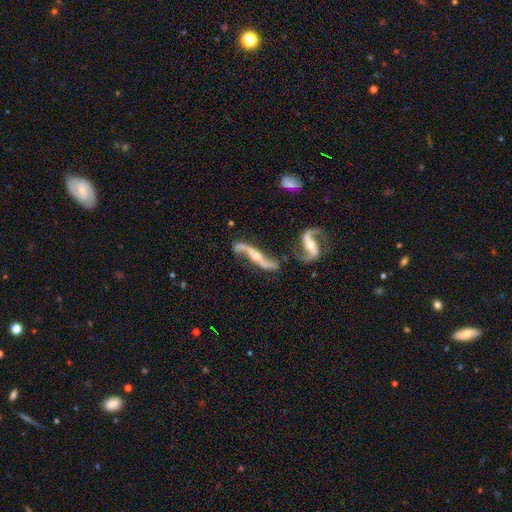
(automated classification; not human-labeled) A featured or disk galaxy (88%) with no bar (42%), 2 (92%) loose (86%) spiral arms (95%) and a moderate central bulge (44%, tied with small). Merging: none (59%).